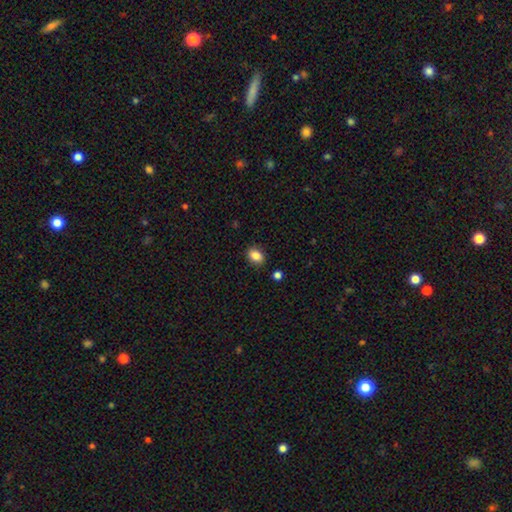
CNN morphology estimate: Smooth or featured?
  - smooth: 86% *
  - star or artifact: 9%
  - featured or disk: 5%
How rounded?
  - in between: 70% *
  - round: 29%
  - cigar-shaped: 1%
Merging?
  - none: 86% *
  - minor disturbance: 10%
  - major disturbance: 2%
  - merger: 2%